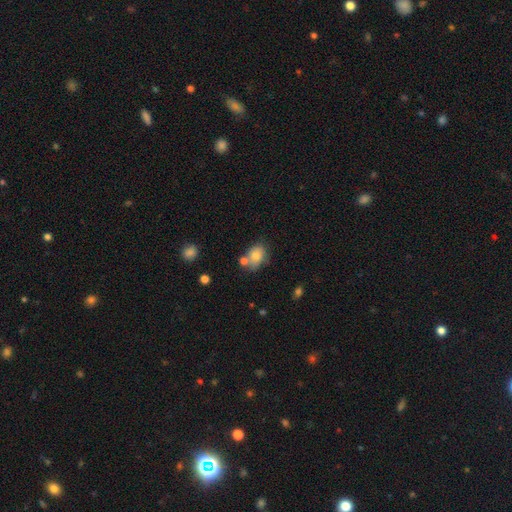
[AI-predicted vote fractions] Q: Smooth or featured?
A: smooth (80%); runner-up: featured or disk (11%)
Q: How rounded?
A: in between (64%); runner-up: round (34%)
Q: Merging?
A: none (53%); runner-up: merger (24%)